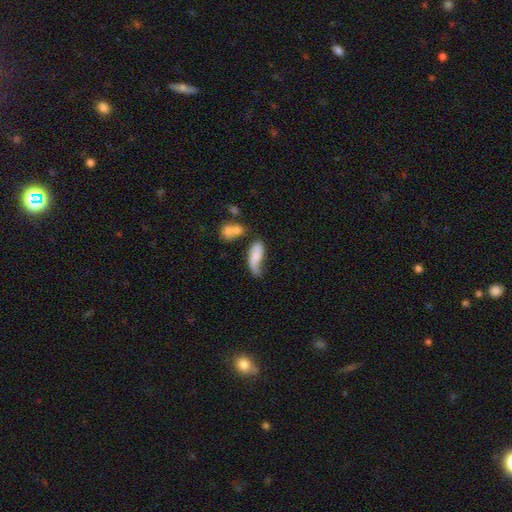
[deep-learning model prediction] Smooth or featured?
  - smooth: 61% *
  - featured or disk: 31%
  - star or artifact: 8%
How rounded?
  - in between: 71% *
  - cigar-shaped: 26%
  - round: 3%
Merging?
  - none: 30% * (tied)
  - minor disturbance: 30% * (tied)
  - major disturbance: 23%
  - merger: 17%